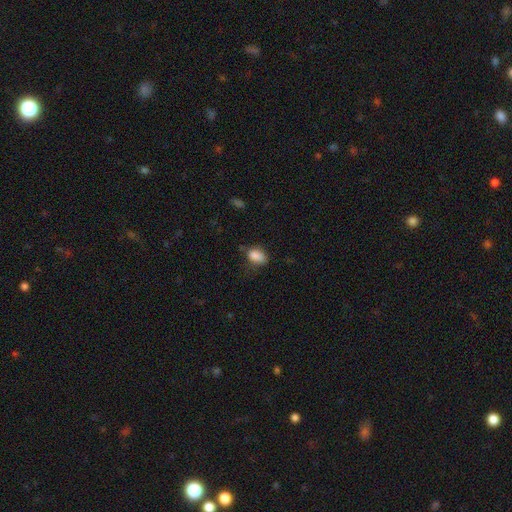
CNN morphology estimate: Smooth or featured?
  - smooth: 86% *
  - star or artifact: 9%
  - featured or disk: 5%
How rounded?
  - in between: 84% *
  - round: 15%
  - cigar-shaped: 2%
Merging?
  - none: 58% *
  - minor disturbance: 30%
  - major disturbance: 9%
  - merger: 3%